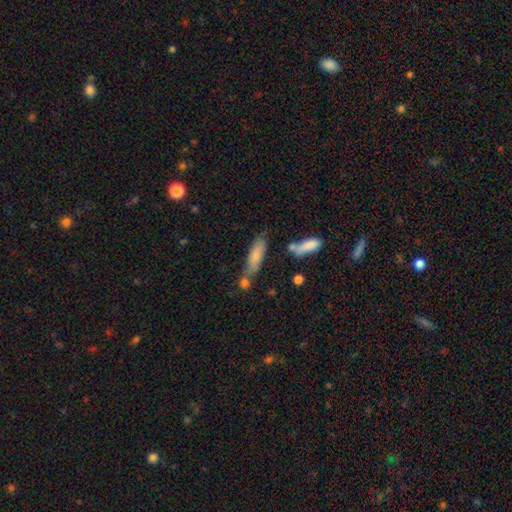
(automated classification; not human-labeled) smooth_or_featured: smooth (p=0.75) [alt: featured or disk p=0.18]
how_rounded: cigar-shaped (p=0.59) [alt: in between p=0.39]
merging: none (p=0.51) [alt: merger p=0.22]